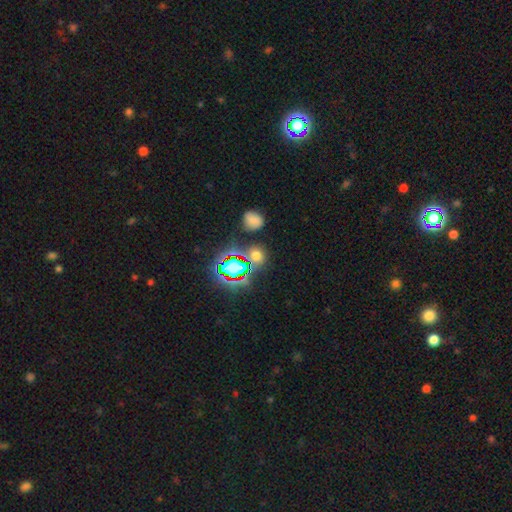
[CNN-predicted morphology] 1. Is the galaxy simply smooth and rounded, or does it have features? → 52% smooth, 40% star or artifact, 8% featured or disk.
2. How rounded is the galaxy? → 76% round, 22% in between, 2% cigar-shaped.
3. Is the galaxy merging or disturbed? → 74% none, 11% minor disturbance, 10% merger, 5% major disturbance.